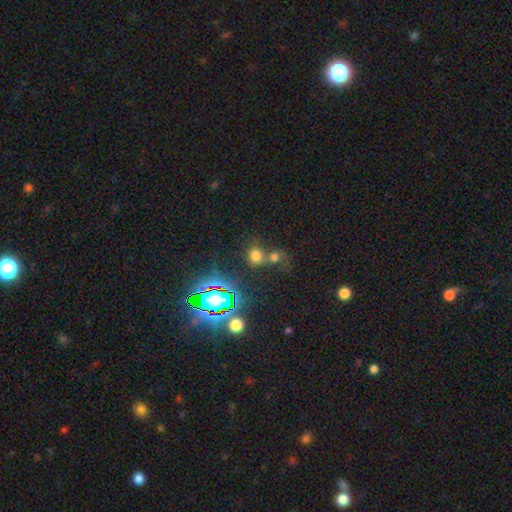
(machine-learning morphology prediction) Smooth or featured? Predicted: smooth (p=0.63). How rounded? Predicted: round (p=0.76). Merging? Predicted: none (p=0.48).